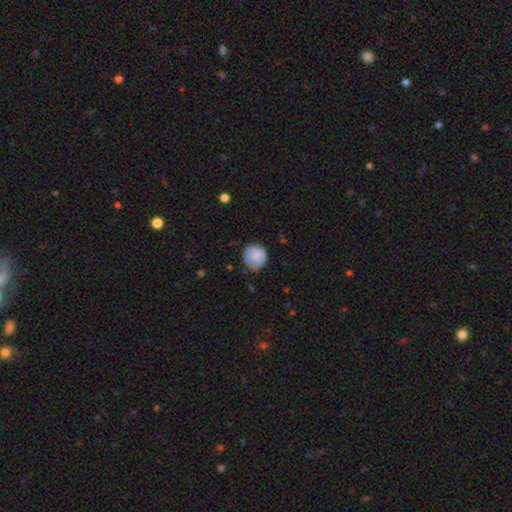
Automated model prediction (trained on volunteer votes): This appears to be a smooth galaxy with no disk features (88%) that is round (91%). Merging: none (77%).